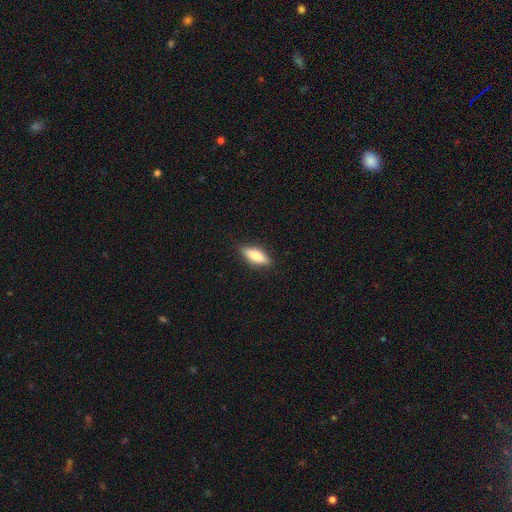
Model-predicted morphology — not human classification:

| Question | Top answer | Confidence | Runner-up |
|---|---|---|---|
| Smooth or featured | smooth | 73% | featured or disk (21%) |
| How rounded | in between | 56% | cigar-shaped (42%) |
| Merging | none | 87% | minor disturbance (10%) |